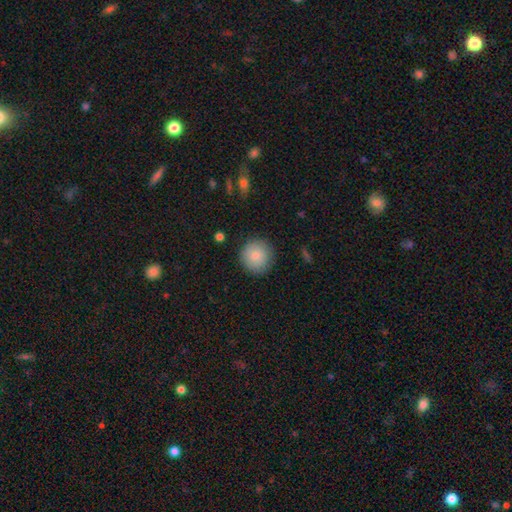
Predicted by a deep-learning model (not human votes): Q: Smooth or featured?
A: smooth (84%); runner-up: featured or disk (8%)
Q: How rounded?
A: round (94%); runner-up: in between (5%)
Q: Merging?
A: none (88%); runner-up: minor disturbance (9%)